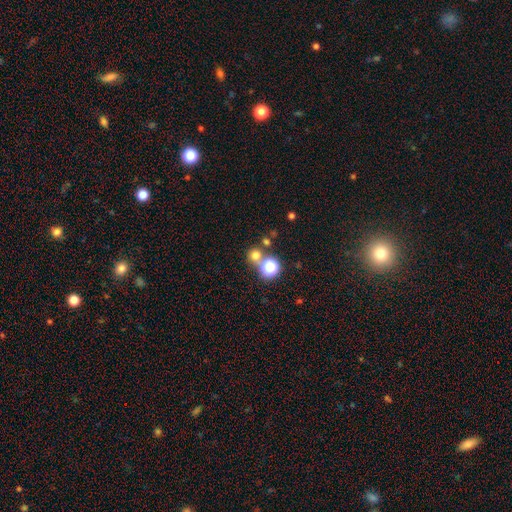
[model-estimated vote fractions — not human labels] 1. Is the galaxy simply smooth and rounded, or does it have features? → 68% smooth, 24% star or artifact, 8% featured or disk.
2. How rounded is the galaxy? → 90% round, 9% in between, 1% cigar-shaped.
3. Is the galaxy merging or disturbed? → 65% none, 25% merger, 7% minor disturbance, 4% major disturbance.